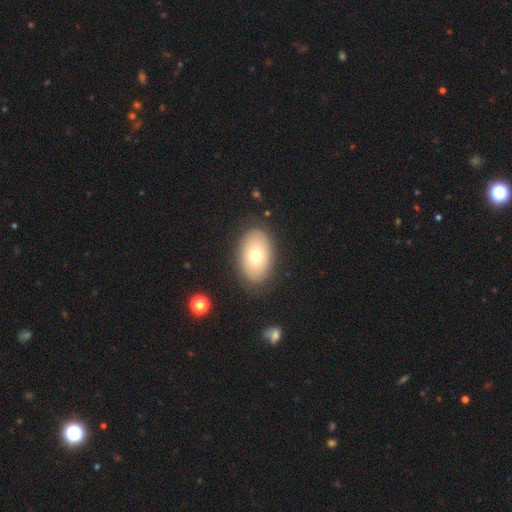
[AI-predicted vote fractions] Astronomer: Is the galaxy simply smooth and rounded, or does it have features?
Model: smooth — 62%.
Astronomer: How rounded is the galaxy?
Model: in between — 89%.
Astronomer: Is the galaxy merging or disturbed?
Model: none — 83%.